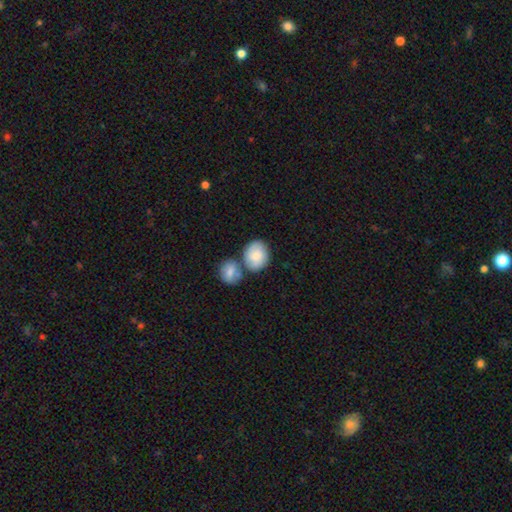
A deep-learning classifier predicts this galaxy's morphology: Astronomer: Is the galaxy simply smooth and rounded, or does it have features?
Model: smooth — 79%.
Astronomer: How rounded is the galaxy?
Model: round — 53% (runner-up: in between, 46%).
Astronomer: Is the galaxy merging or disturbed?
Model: none — 42% (runner-up: merger, 40%).